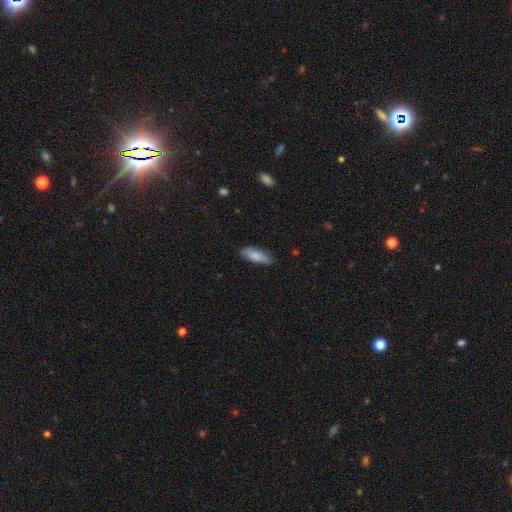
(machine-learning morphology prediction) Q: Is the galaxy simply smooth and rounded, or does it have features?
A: smooth — 80%.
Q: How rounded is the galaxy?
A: in between — 61%.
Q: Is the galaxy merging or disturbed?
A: none — 83%.